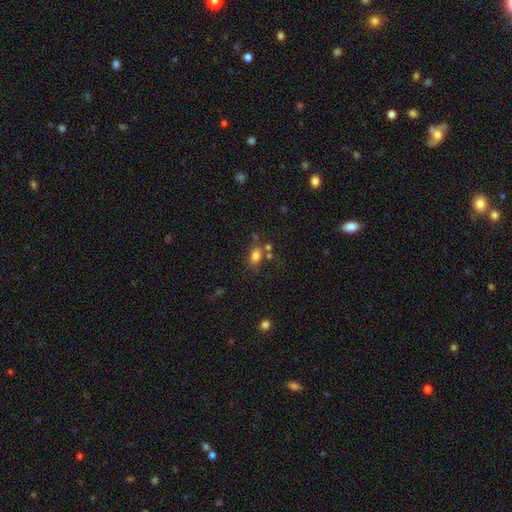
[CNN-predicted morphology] smooth_or_featured: smooth (p=0.79) [alt: star or artifact p=0.12]
how_rounded: in between (p=0.81) [alt: round p=0.16]
merging: none (p=0.58) [alt: merger p=0.19]